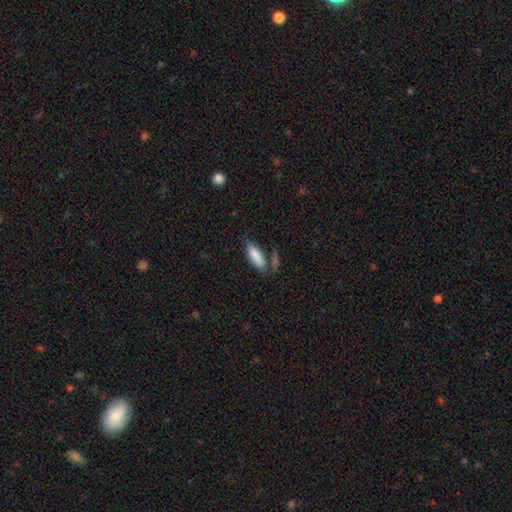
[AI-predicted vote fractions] smooth_or_featured: smooth (p=0.82) [alt: featured or disk p=0.11]
how_rounded: in between (p=0.72) [alt: cigar-shaped p=0.26]
merging: none (p=0.56) [alt: minor disturbance p=0.21]